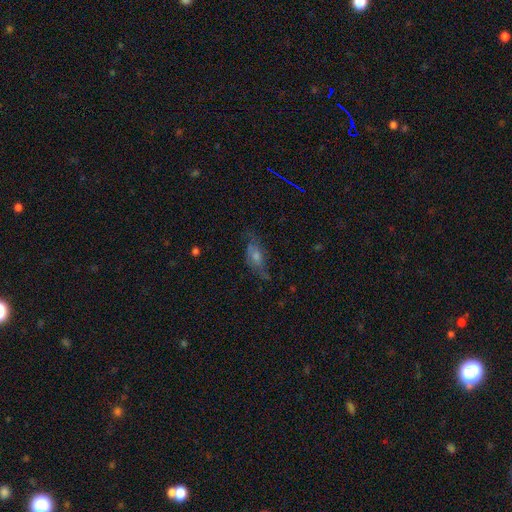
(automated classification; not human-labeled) Smooth or featured? Predicted: featured or disk (p=0.54). Edge-on disk? Predicted: no (p=0.76). Merging? Predicted: none (p=0.66).